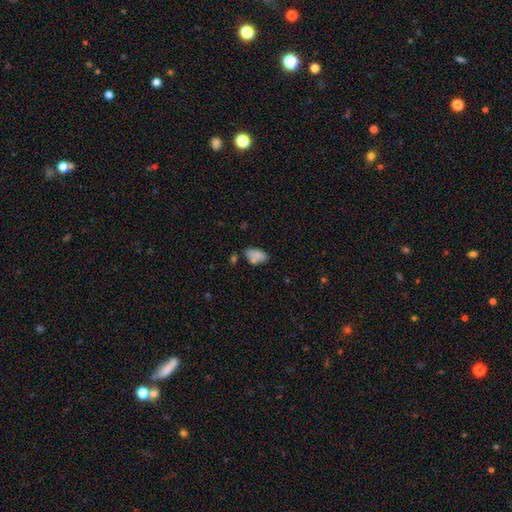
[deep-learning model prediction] smooth 77%, featured or disk 13%, star or artifact 10%. Down the decision tree: how rounded — in between (90%); merging — none (53%).